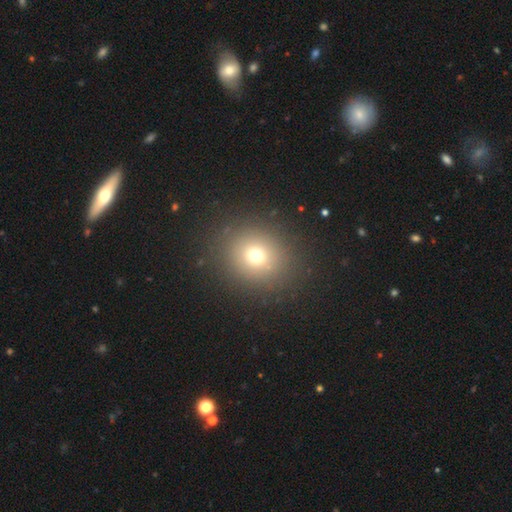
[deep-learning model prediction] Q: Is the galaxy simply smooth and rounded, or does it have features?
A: smooth — 70%.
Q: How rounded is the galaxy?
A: round — 81%.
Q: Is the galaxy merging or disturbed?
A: none — 87%.